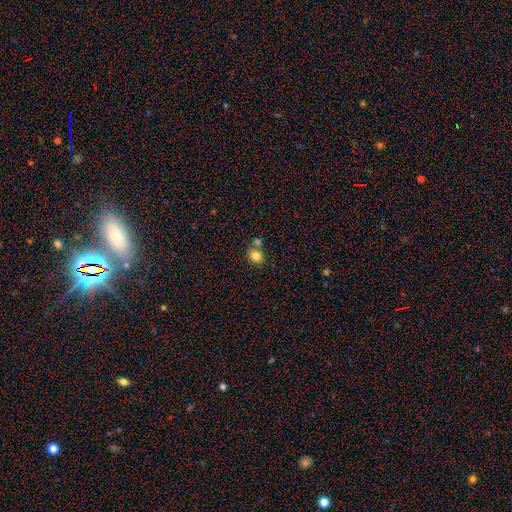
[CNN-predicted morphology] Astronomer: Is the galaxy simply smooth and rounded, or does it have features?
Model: smooth — 82%.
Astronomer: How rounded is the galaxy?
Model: round — 59% (runner-up: in between, 40%).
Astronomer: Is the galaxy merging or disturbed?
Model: none — 60%.